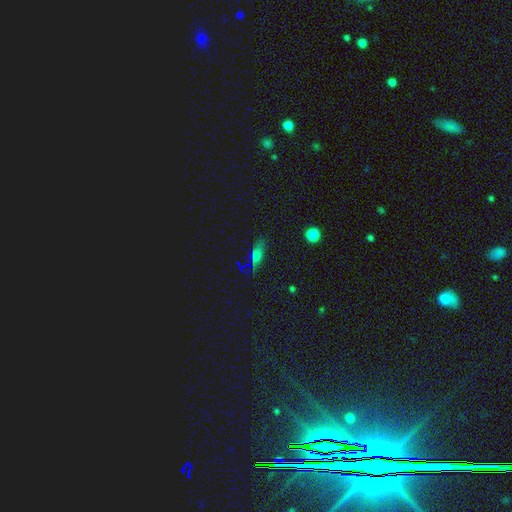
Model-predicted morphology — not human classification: A smooth galaxy with no disk features (61%) that is in between round and cigar-shaped (64%). Merging: none (79%).